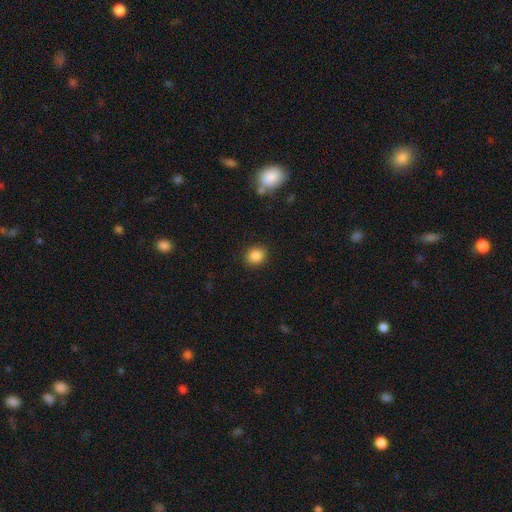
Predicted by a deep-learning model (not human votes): This appears to be a smooth galaxy with no disk features (86%) that is round (80%). Merging: none (90%).